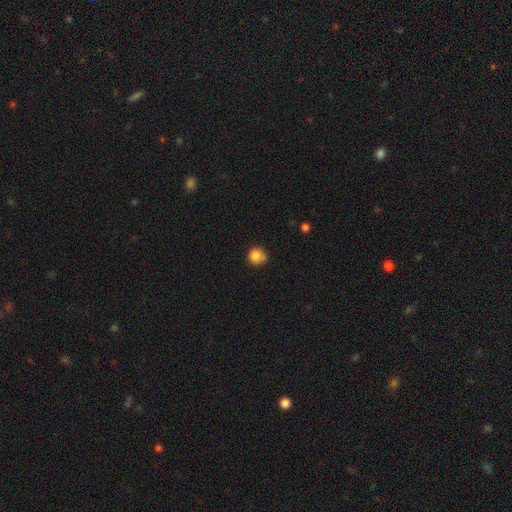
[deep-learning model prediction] smooth-or-featured: smooth: 84% | star or artifact: 10% | featured or disk: 6%
  how-rounded: round: 88% | in between: 11% | cigar-shaped: 1%
  merging: none: 69% | minor disturbance: 25% | major disturbance: 4% | merger: 2%